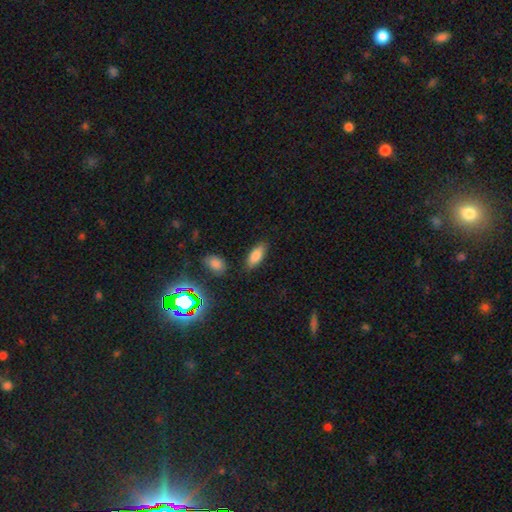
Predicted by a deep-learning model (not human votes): A smooth galaxy with no disk features (82%) that is in between round and cigar-shaped (80%).

Vote fractions:
- Smooth or featured? smooth: 82% / featured or disk: 9% / star or artifact: 9%
- How rounded? in between: 80% / cigar-shaped: 17% / round: 3%
- Merging? none: 83% / minor disturbance: 11% / merger: 3% / major disturbance: 3%